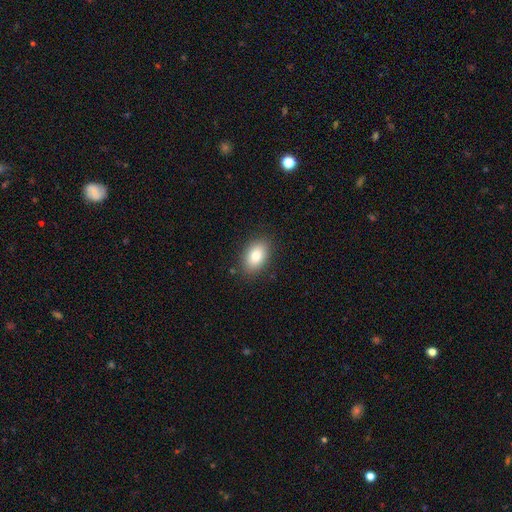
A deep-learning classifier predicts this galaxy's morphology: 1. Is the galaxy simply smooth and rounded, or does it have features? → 82% smooth, 10% featured or disk, 8% star or artifact.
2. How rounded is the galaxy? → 88% in between, 10% round, 1% cigar-shaped.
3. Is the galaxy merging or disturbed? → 86% none, 10% minor disturbance, 3% major disturbance, 1% merger.